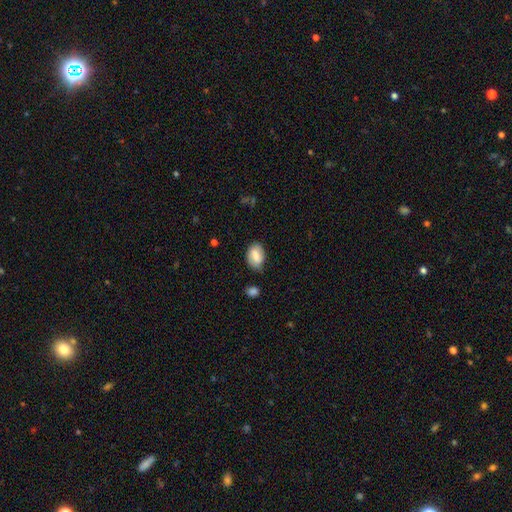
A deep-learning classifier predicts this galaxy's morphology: Smooth or featured? Predicted: smooth (p=0.76). How rounded? Predicted: in between (p=0.85). Merging? Predicted: none (p=0.66).